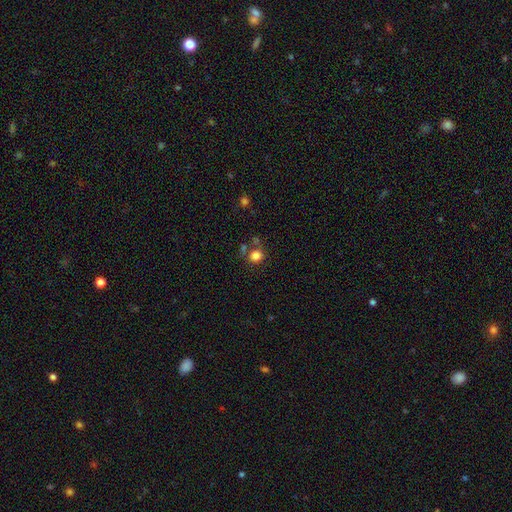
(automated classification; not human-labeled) Overall: smooth (81%). How rounded: round (86%). Merging: none (69%).